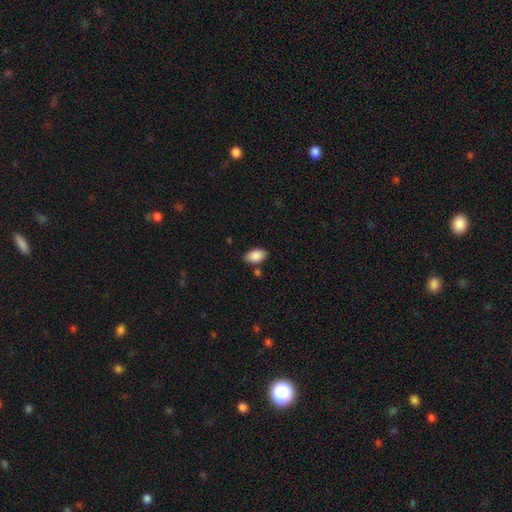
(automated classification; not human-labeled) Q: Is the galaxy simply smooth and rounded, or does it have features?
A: smooth — 88%.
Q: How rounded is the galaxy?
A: in between — 93%.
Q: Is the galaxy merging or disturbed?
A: none — 79%.